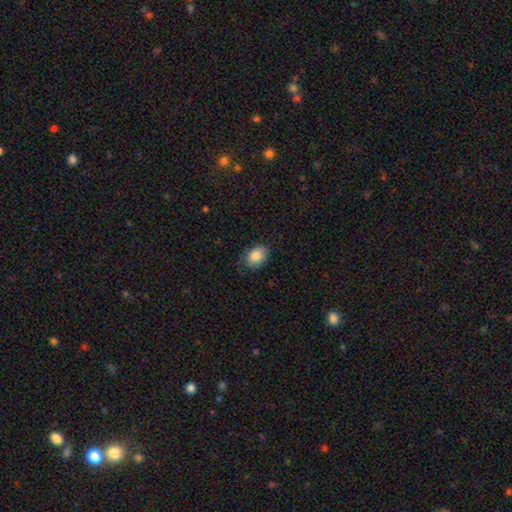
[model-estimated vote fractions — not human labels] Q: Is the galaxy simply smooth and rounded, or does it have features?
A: smooth — 86%.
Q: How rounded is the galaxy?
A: in between — 79%.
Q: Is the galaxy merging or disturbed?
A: none — 74%.